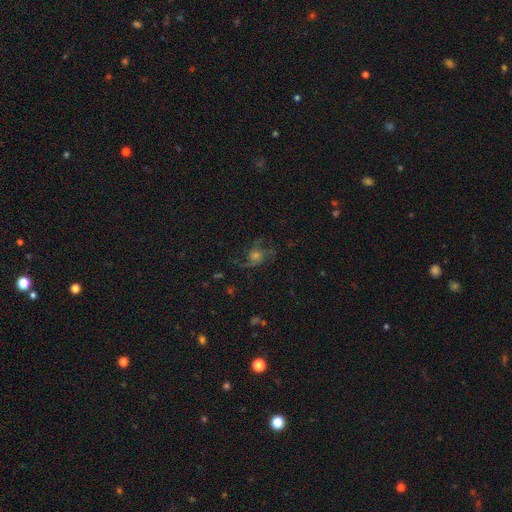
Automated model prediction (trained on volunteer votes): Smooth or featured: featured or disk — 61% (star or artifact — 21%)
Edge-on disk: no — 95% (yes — 5%)
Bar: no — 73% (weak — 23%)
Spiral arms: yes — 89% (no — 11%)
Spiral winding: loose — 50% (medium — 40%)
Spiral arm count: 2 — 50% (3 — 19%)
Bulge size: moderate — 45% (small — 27%)
Merging: none — 64% (major disturbance — 18%)